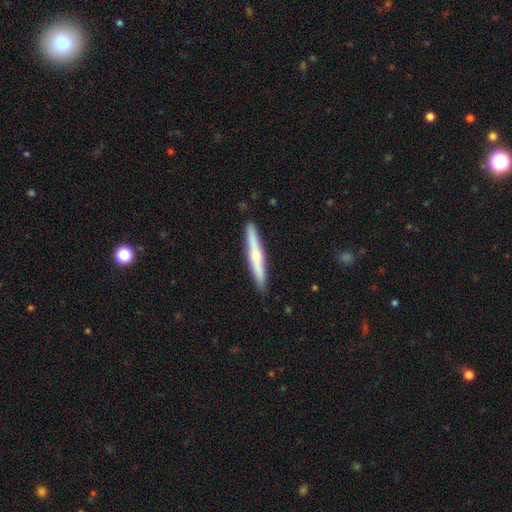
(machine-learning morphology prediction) smooth-or-featured: featured or disk: 47% (tied) | smooth: 47% (tied) | star or artifact: 6%
  merging: none: 91% | minor disturbance: 7% | major disturbance: 1% | merger: 1%